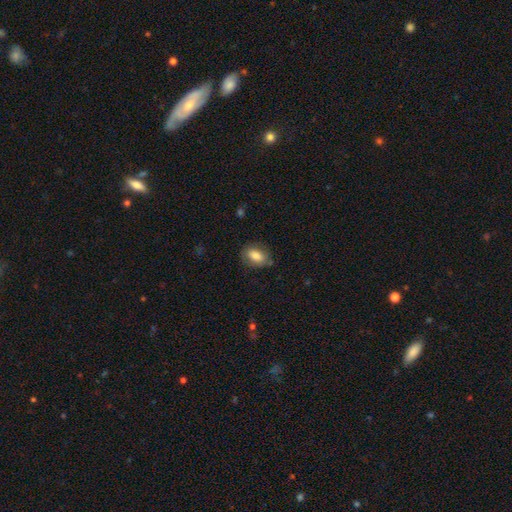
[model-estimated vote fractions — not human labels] The model was most divided on "merging": none: 75%, minor disturbance: 18%, major disturbance: 5%, merger: 2%. More confident: how rounded — in between (83%); smooth or featured — smooth (80%).